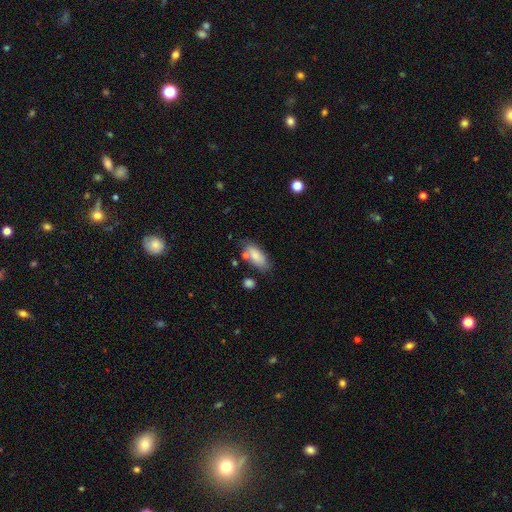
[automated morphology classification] Smooth or featured? smooth (82%)
How rounded? in between (82%)
Merging? none (69%)